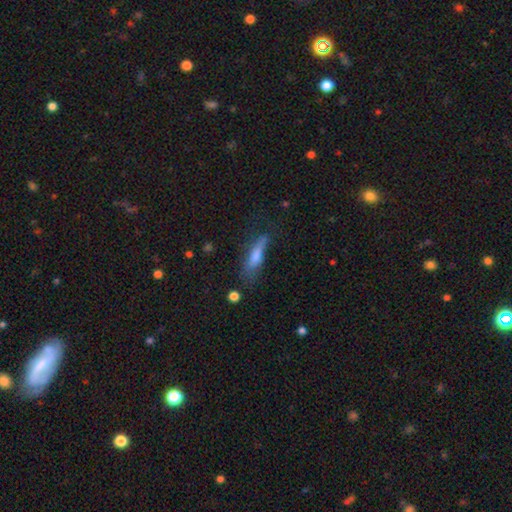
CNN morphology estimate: type=smooth (60%); roundness=cigar-shaped (72%); merging=none (49%).